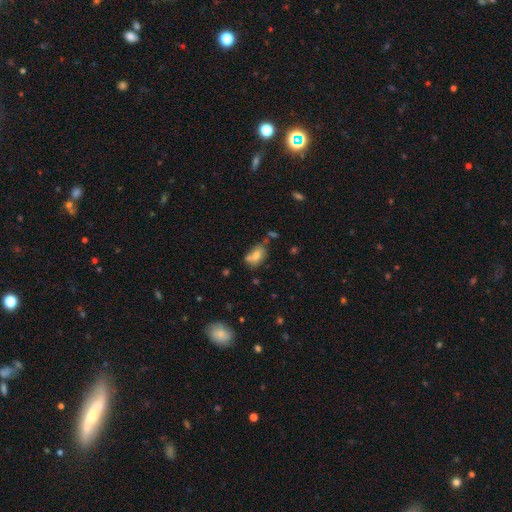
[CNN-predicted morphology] This is likely a smooth galaxy (67%). How rounded: clearly in between (83%). Merging: possibly none (46%).